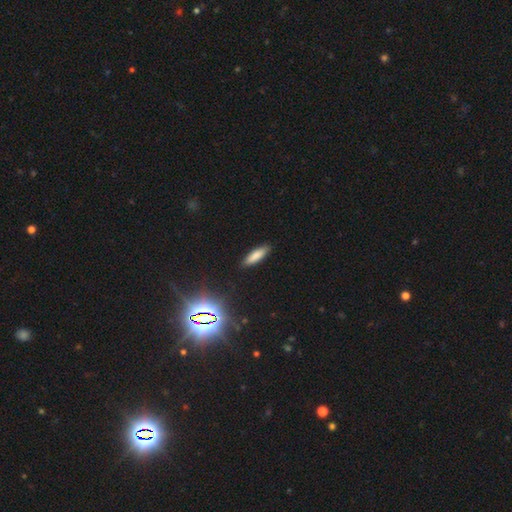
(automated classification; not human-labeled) Smooth or featured? smooth (79%)
How rounded? cigar-shaped (57%)
Merging? none (88%)